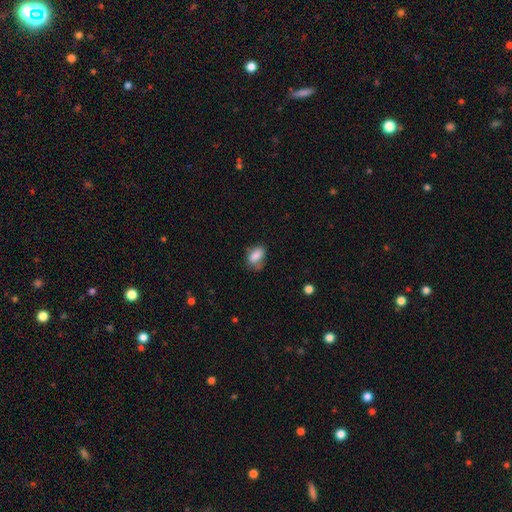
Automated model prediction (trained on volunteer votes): Smooth or featured? Predicted: smooth (p=0.83). How rounded? Predicted: in between (p=0.85). Merging? Predicted: none (p=0.49).